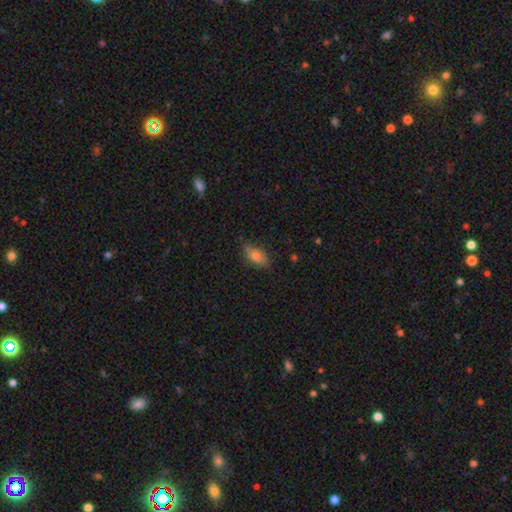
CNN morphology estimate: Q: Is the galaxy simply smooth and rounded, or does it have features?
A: smooth — 76%.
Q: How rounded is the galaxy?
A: in between — 81%.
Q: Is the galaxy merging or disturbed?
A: none — 75%.